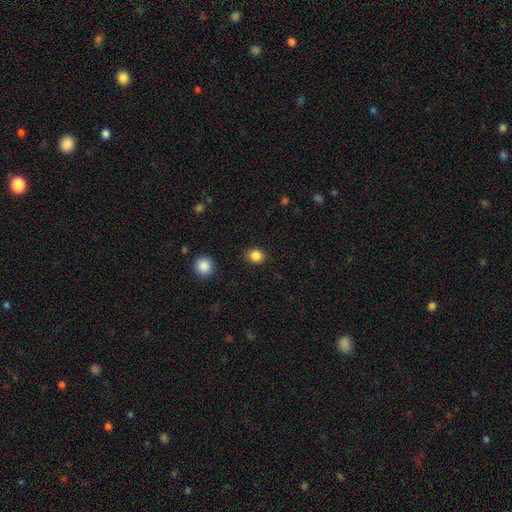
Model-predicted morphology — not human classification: smooth-or-featured: smooth: 85% | star or artifact: 11% | featured or disk: 4%
  how-rounded: round: 73% | in between: 26% | cigar-shaped: 1%
  merging: none: 88% | minor disturbance: 8% | major disturbance: 2% | merger: 1%